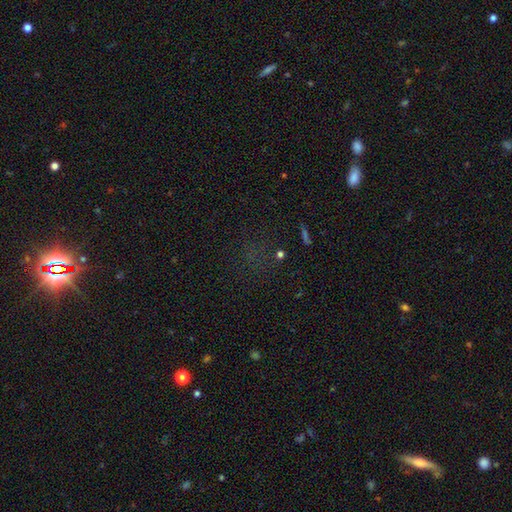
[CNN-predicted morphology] smooth_or_featured: star or artifact (p=0.59) [alt: smooth p=0.30]